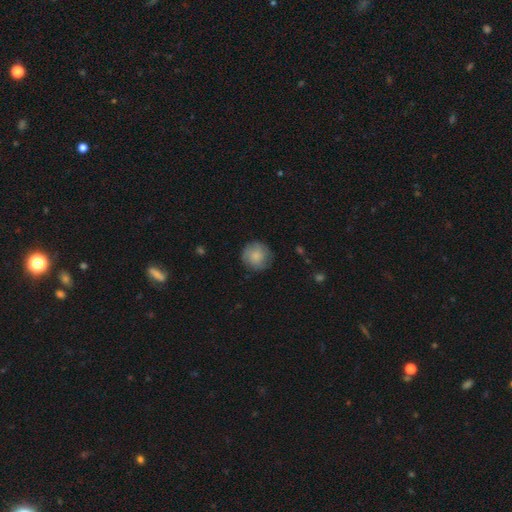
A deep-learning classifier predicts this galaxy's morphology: This appears to be a smooth galaxy with no disk features (78%) that is round (93%). Merging: none (82%).